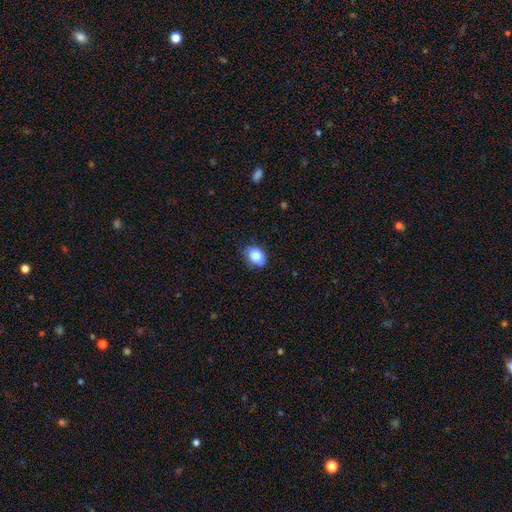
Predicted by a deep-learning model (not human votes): smooth_or_featured: smooth (p=0.83) [alt: star or artifact p=0.09]
how_rounded: in between (p=0.74) [alt: round p=0.25]
merging: none (p=0.78) [alt: minor disturbance p=0.18]